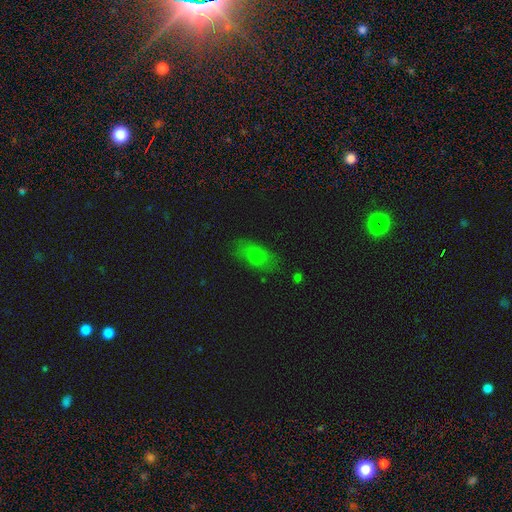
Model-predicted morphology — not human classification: Smooth or featured? smooth (64%)
How rounded? in between (85%)
Merging? none (76%)